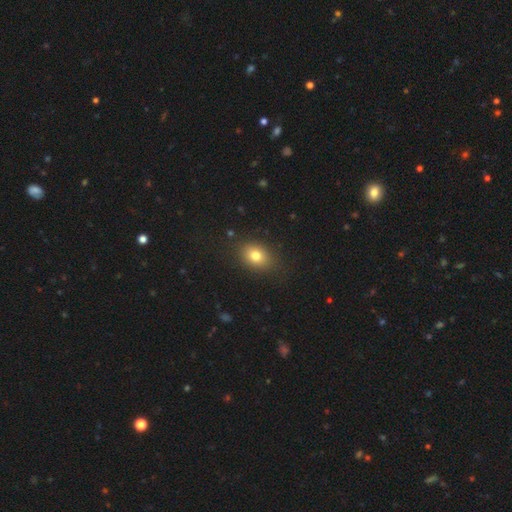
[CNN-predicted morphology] Smooth or featured: smooth — 78% (star or artifact — 12%)
How rounded: in between — 62% (round — 37%)
Merging: none — 83% (minor disturbance — 12%)